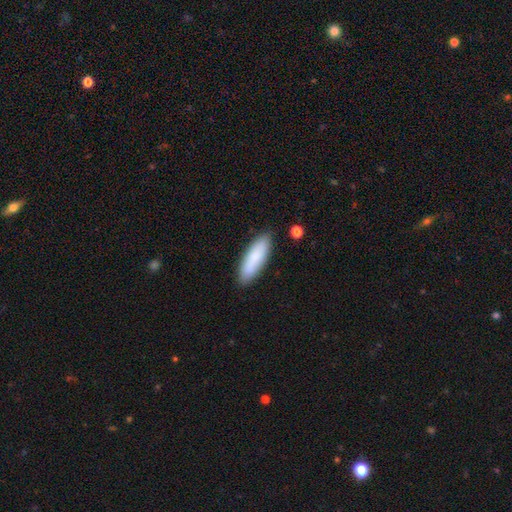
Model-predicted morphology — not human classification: Smooth or featured? smooth (84%)
How rounded? cigar-shaped (50%)
Merging? none (85%)